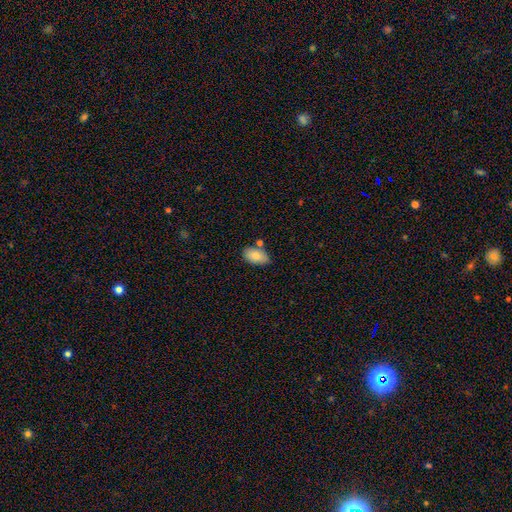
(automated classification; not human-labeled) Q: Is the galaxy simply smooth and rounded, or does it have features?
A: smooth — 83%.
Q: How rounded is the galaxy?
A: in between — 93%.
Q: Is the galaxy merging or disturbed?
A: none — 72%.